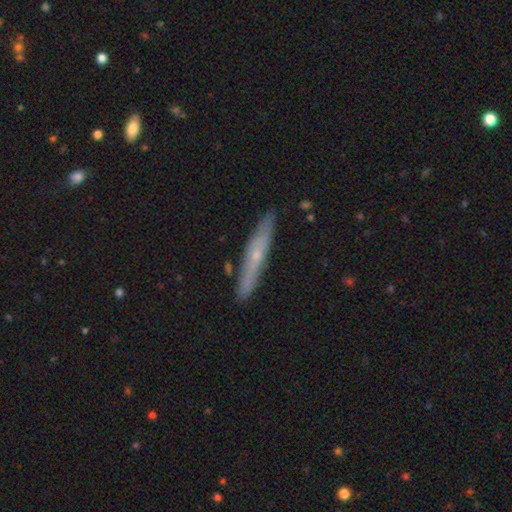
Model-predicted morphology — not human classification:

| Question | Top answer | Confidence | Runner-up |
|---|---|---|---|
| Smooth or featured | featured or disk | 55% | smooth (38%) |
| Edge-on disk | yes | 88% | no (12%) |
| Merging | none | 87% | minor disturbance (10%) |